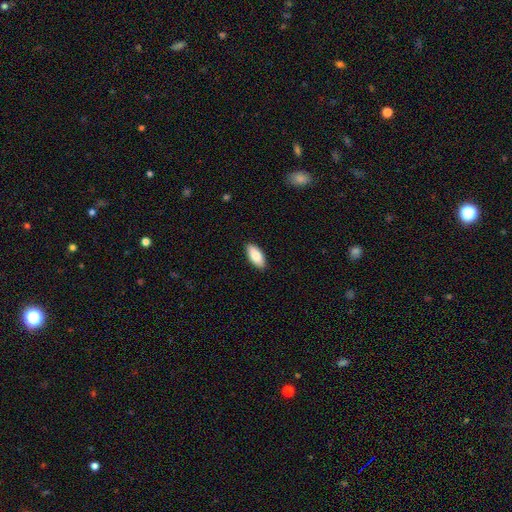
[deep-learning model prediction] Smooth or featured?
  - smooth: 83% *
  - featured or disk: 11%
  - star or artifact: 6%
How rounded?
  - in between: 88% *
  - cigar-shaped: 10%
  - round: 2%
Merging?
  - none: 90% *
  - minor disturbance: 8%
  - major disturbance: 2%
  - merger: 1%